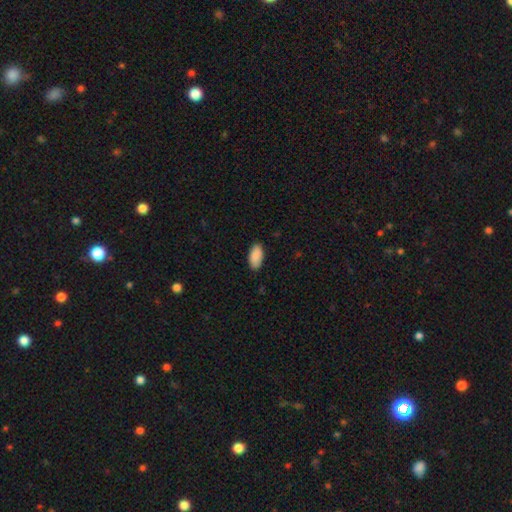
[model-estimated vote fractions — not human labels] Overall: smooth (90%). How rounded: in between (94%). Merging: none (85%).